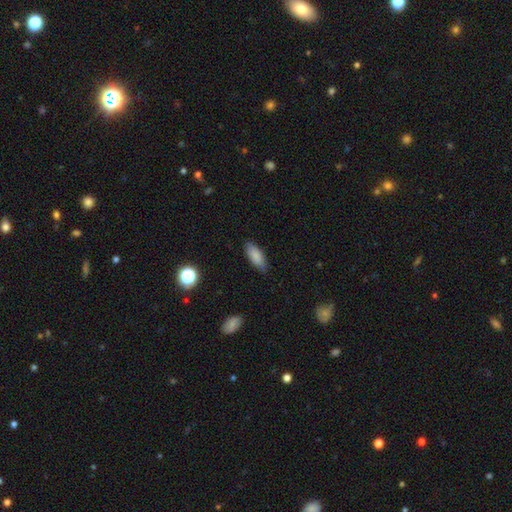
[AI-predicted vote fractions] Q: Smooth or featured?
A: smooth (85%); runner-up: featured or disk (8%)
Q: How rounded?
A: in between (77%); runner-up: cigar-shaped (21%)
Q: Merging?
A: none (82%); runner-up: minor disturbance (14%)